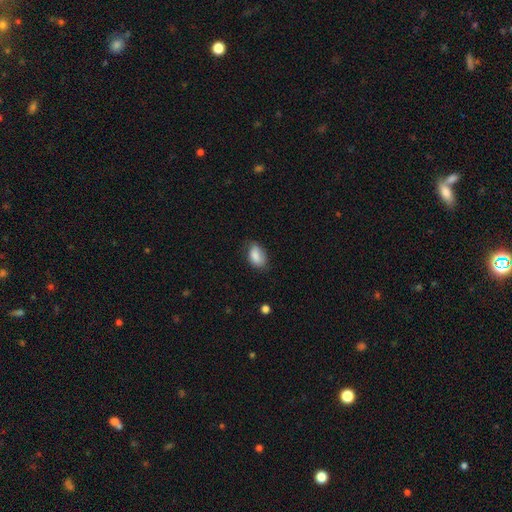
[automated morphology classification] This appears to be a smooth galaxy with no disk features (83%) that is in between round and cigar-shaped (89%). Merging: none (64%).